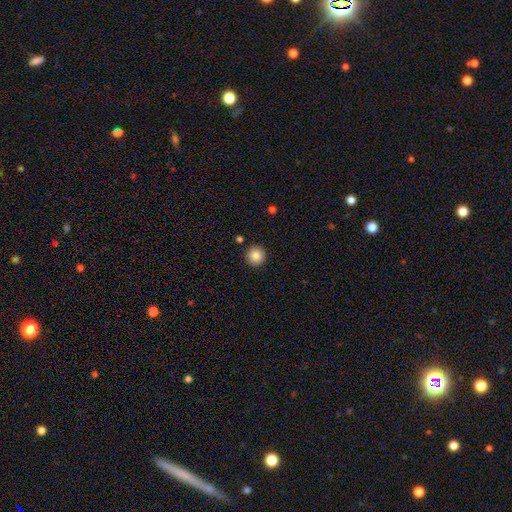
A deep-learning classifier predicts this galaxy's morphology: Overall: smooth (86%). How rounded: round (96%). Merging: none (91%).